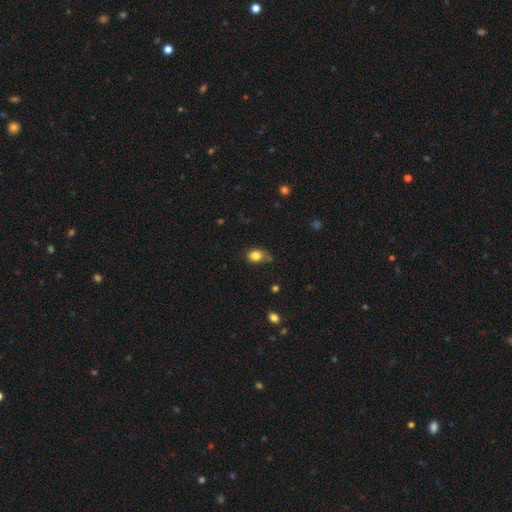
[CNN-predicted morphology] Smooth or featured: smooth — 84% (star or artifact — 10%)
How rounded: in between — 66% (round — 33%)
Merging: none — 60% (minor disturbance — 27%)